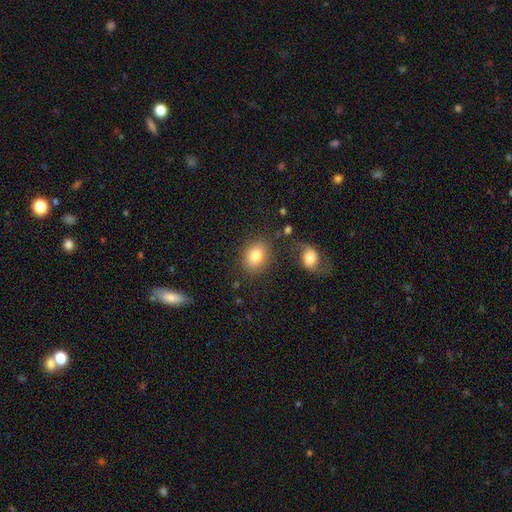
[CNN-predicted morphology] This appears to be a smooth galaxy with no disk features (81%) that is in between round and cigar-shaped (57%). Merging: none (80%).